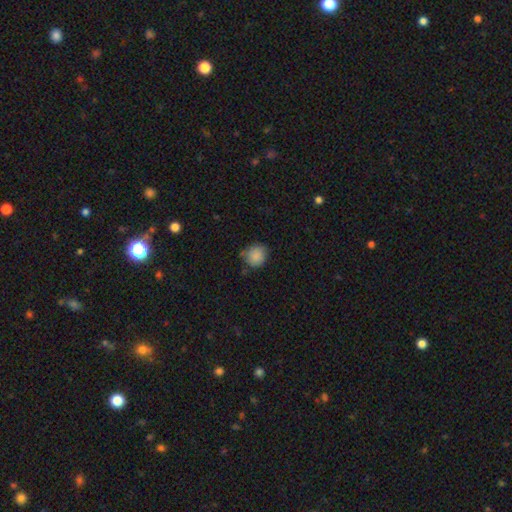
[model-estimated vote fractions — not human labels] Smooth or featured: smooth — 87% (star or artifact — 9%)
How rounded: round — 87% (in between — 12%)
Merging: none — 69% (minor disturbance — 24%)